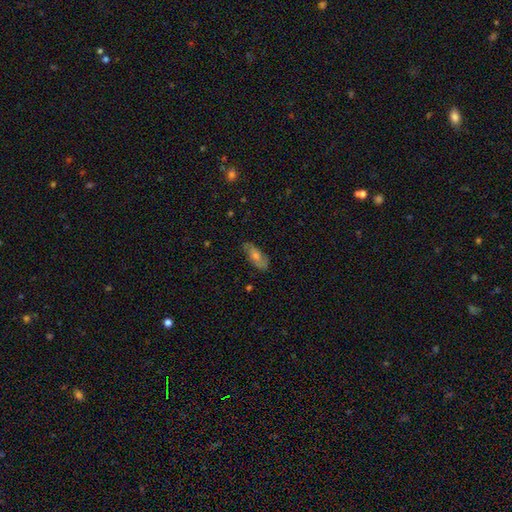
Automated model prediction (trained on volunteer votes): smooth_or_featured: featured or disk (p=0.58) [alt: smooth p=0.32]
disk_edge_on: no (p=0.84) [alt: yes p=0.16]
merging: none (p=0.81) [alt: minor disturbance p=0.14]